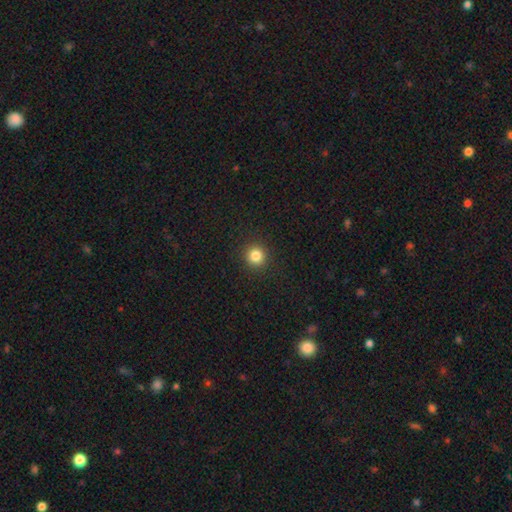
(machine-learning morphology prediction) type=smooth (83%); roundness=round (93%); merging=none (92%).